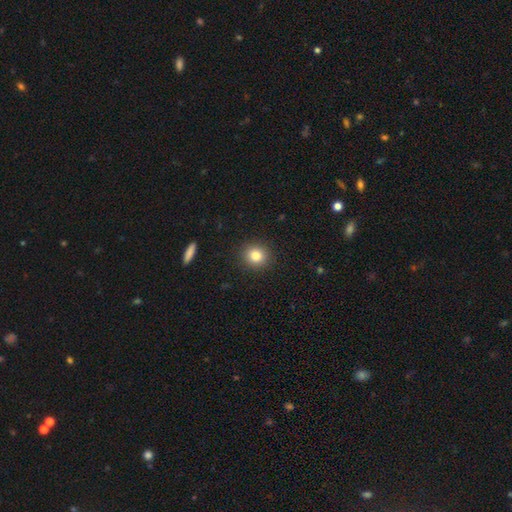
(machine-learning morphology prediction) This appears to be a smooth galaxy with no disk features (82%) that is round (88%). Merging: none (91%).